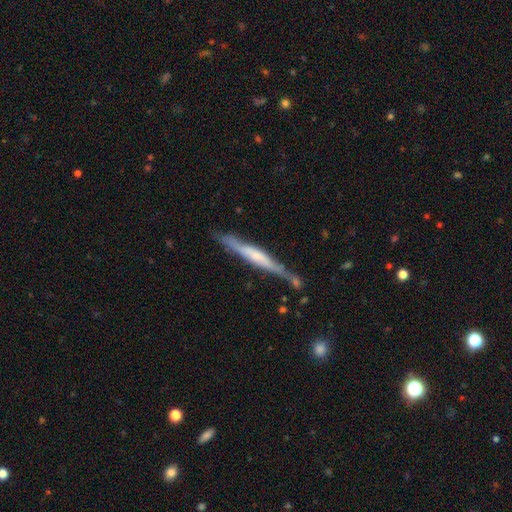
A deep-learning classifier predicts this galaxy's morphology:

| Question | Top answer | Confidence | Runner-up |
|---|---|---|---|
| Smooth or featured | featured or disk | 63% | smooth (32%) |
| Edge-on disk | yes | 92% | no (8%) |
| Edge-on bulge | none | 42% | rounded (36%) |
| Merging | none | 67% | minor disturbance (21%) |